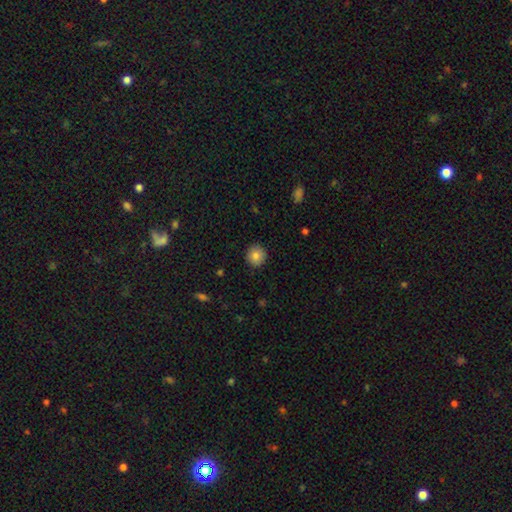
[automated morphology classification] Q: Smooth or featured?
A: smooth (83%); runner-up: star or artifact (9%)
Q: How rounded?
A: round (92%); runner-up: in between (7%)
Q: Merging?
A: none (90%); runner-up: minor disturbance (8%)